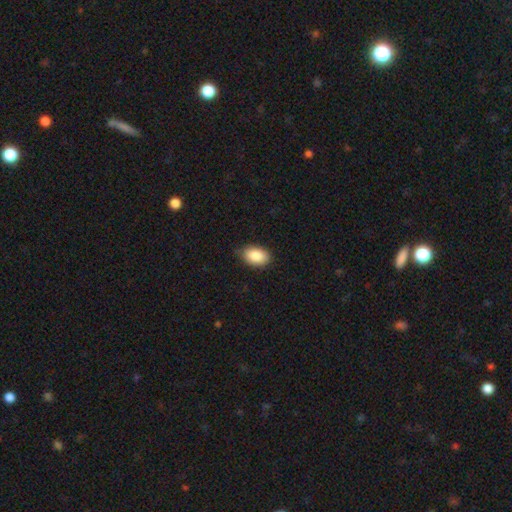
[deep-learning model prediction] smooth 88%, star or artifact 7%, featured or disk 5%. Down the decision tree: how rounded — in between (90%); merging — none (81%).